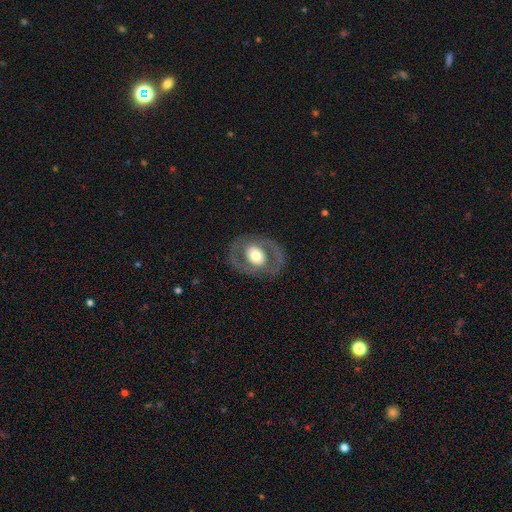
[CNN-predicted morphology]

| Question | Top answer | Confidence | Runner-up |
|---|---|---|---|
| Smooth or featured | featured or disk | 61% | smooth (33%) |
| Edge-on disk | no | 94% | yes (6%) |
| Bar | no | 73% | weak (19%) |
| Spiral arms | no | 66% | yes (34%) |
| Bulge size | moderate | 50% | large (38%) |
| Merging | none | 79% | minor disturbance (11%) |